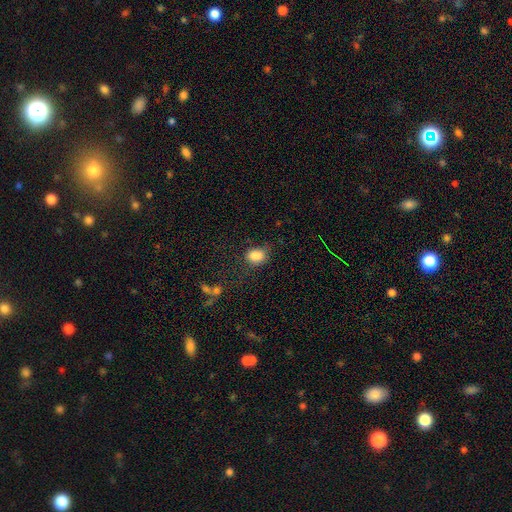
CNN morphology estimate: type=smooth (84%); roundness=in between (68%); merging=none (59%).